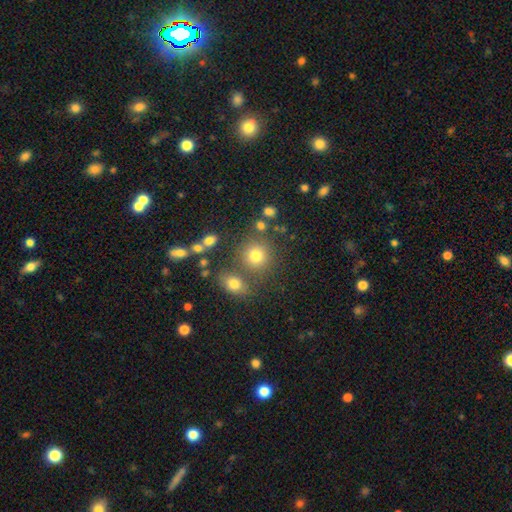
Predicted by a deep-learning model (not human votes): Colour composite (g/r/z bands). It shows a smooth galaxy with no disk features (75%) that is round (86%). Merging: none (70%).